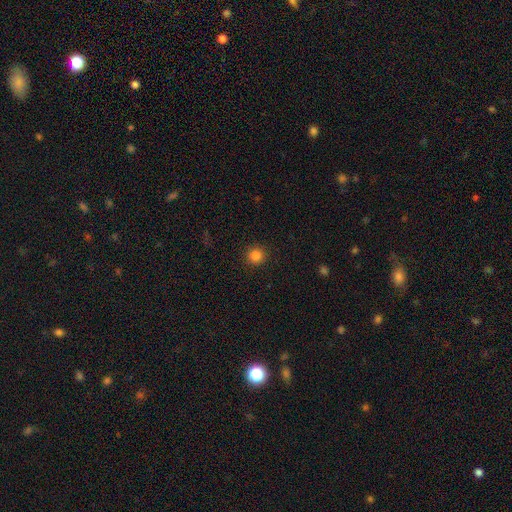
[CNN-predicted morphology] A smooth galaxy with no disk features (84%) that is round (94%).

Vote fractions:
- Smooth or featured? smooth: 84% / star or artifact: 12% / featured or disk: 4%
- How rounded? round: 94% / in between: 5% / cigar-shaped: 1%
- Merging? none: 92% / minor disturbance: 5% / major disturbance: 2% / merger: 1%